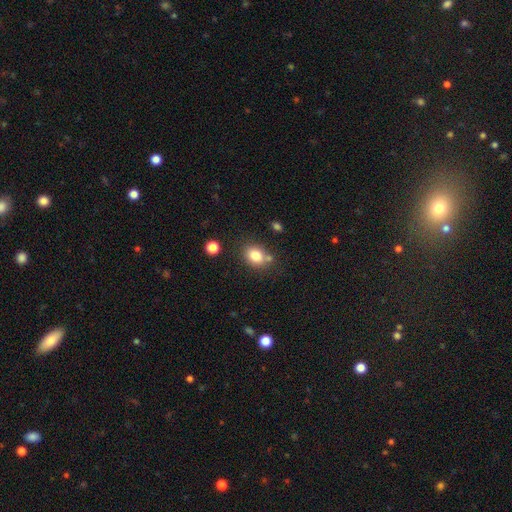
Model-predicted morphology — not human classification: smooth-or-featured: smooth: 81% | star or artifact: 10% | featured or disk: 8%
  how-rounded: in between: 54% | round: 45% | cigar-shaped: 1%
  merging: none: 68% | minor disturbance: 15% | merger: 13% | major disturbance: 4%